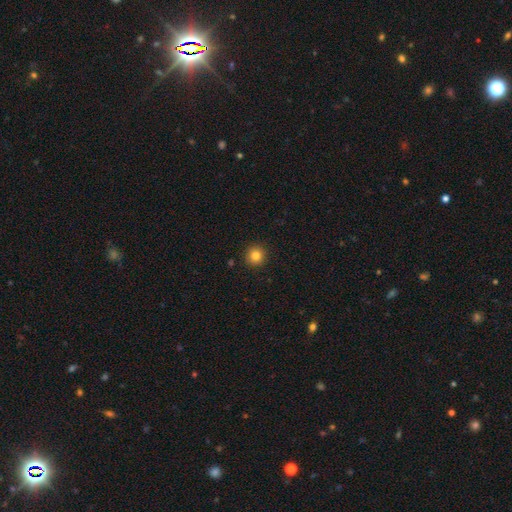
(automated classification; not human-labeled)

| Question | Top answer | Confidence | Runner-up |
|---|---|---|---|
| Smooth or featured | smooth | 84% | star or artifact (11%) |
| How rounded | round | 94% | in between (5%) |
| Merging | none | 92% | minor disturbance (5%) |